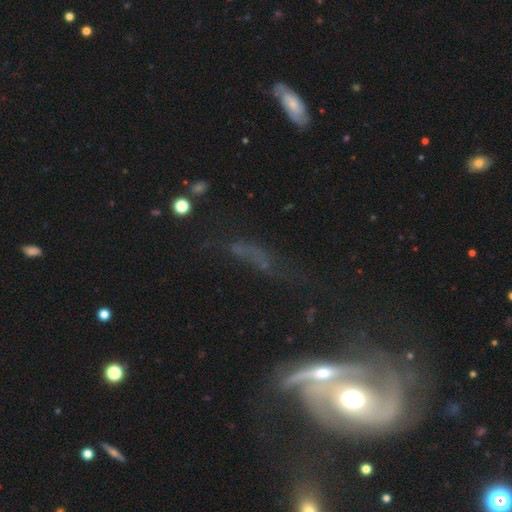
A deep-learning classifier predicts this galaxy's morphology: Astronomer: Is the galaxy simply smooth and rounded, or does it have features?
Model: featured or disk — 54%.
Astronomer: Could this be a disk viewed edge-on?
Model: no — 68%.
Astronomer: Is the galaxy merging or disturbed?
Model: none — 34% (runner-up: merger, 26%).